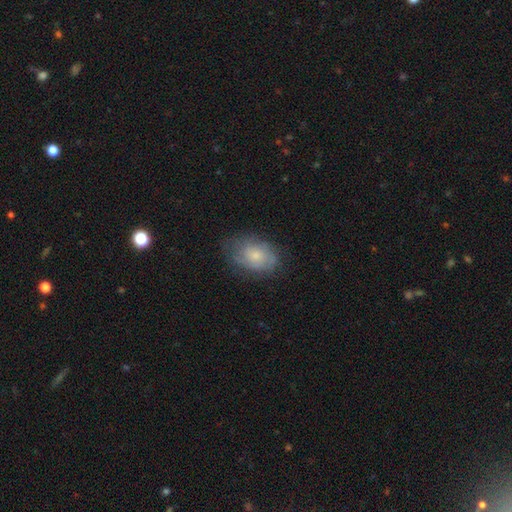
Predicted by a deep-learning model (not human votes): smooth 58%, featured or disk 34%, star or artifact 8%. Down the decision tree: how rounded — in between (79%); merging — none (64%).